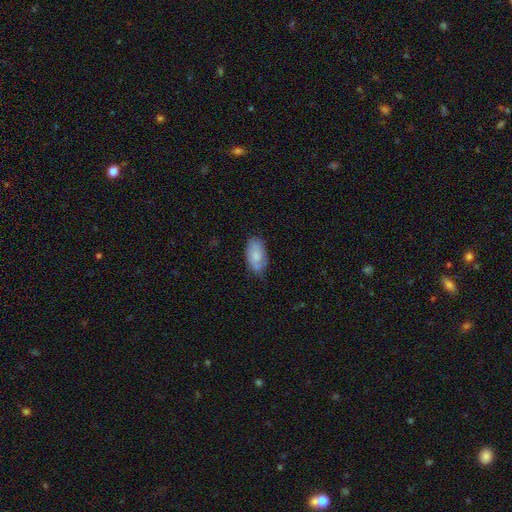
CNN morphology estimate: Smooth or featured: smooth — 69% (featured or disk — 24%)
How rounded: in between — 93% (round — 4%)
Merging: none — 65% (minor disturbance — 27%)